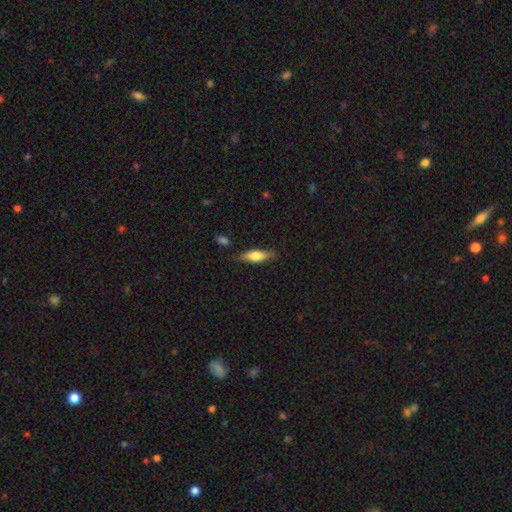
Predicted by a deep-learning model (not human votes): Smooth or featured: smooth — 66% (featured or disk — 28%)
How rounded: in between — 52% (cigar-shaped — 46%)
Merging: none — 78% (minor disturbance — 16%)